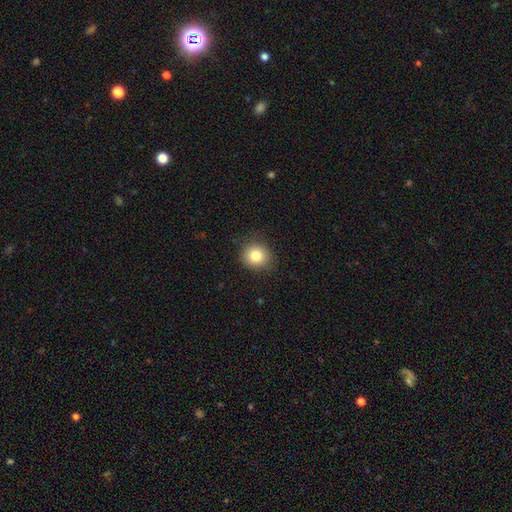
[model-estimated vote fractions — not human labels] smooth 83%, star or artifact 10%, featured or disk 6%. Down the decision tree: how rounded — round (84%); merging — none (86%).